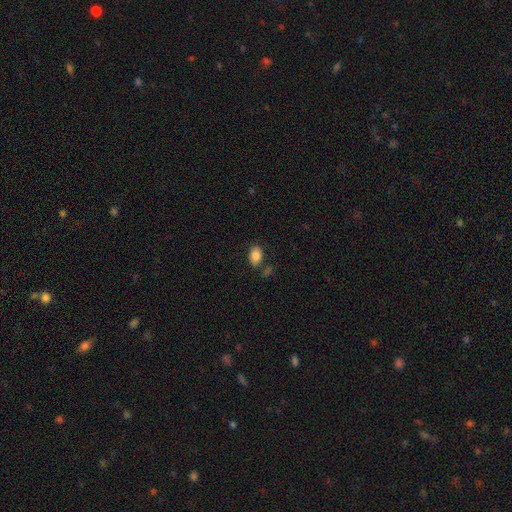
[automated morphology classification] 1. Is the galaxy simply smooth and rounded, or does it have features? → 85% smooth, 8% star or artifact, 7% featured or disk.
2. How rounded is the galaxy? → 86% in between, 13% round, 1% cigar-shaped.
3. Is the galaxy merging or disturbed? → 77% none, 12% minor disturbance, 7% merger, 4% major disturbance.